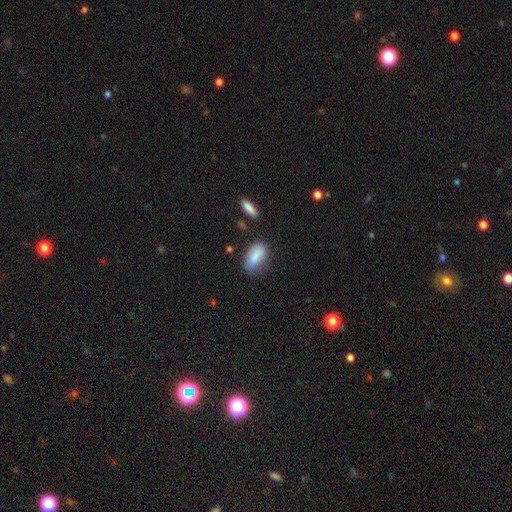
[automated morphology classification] Overall: smooth (87%). How rounded: in between (91%). Merging: none (65%; minor disturbance 25%).